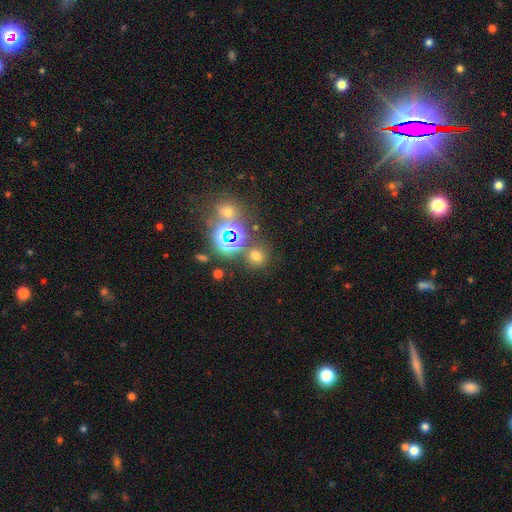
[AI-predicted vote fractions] A smooth galaxy with no disk features (59%) that is round (86%). Merging: none (79%).